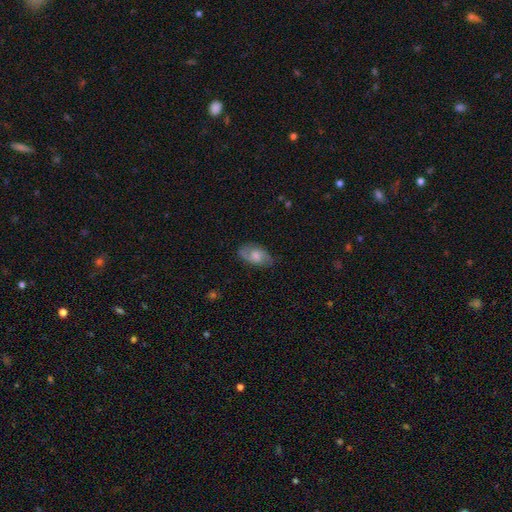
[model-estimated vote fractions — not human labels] Smooth or featured?
  - featured or disk: 52% *
  - smooth: 41%
  - star or artifact: 7%
Edge-on disk?
  - no: 94% *
  - yes: 6%
Merging?
  - none: 76% *
  - minor disturbance: 18%
  - major disturbance: 5%
  - merger: 1%